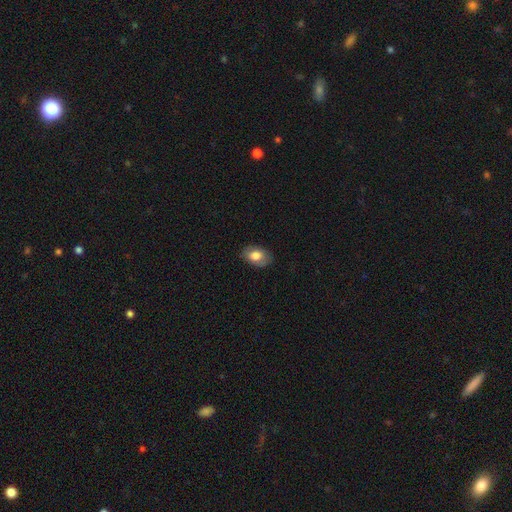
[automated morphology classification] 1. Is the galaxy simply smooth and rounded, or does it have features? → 79% smooth, 14% featured or disk, 7% star or artifact.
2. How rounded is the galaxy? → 83% in between, 16% round, 1% cigar-shaped.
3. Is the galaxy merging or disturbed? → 83% none, 13% minor disturbance, 3% major disturbance, 1% merger.